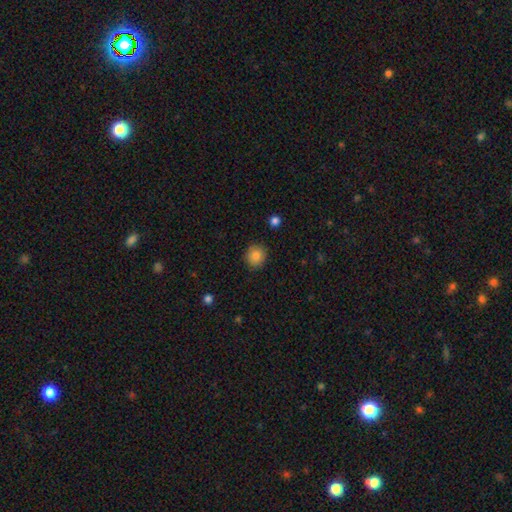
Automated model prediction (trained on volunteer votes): Smooth or featured? smooth (85%)
How rounded? round (87%)
Merging? none (89%)